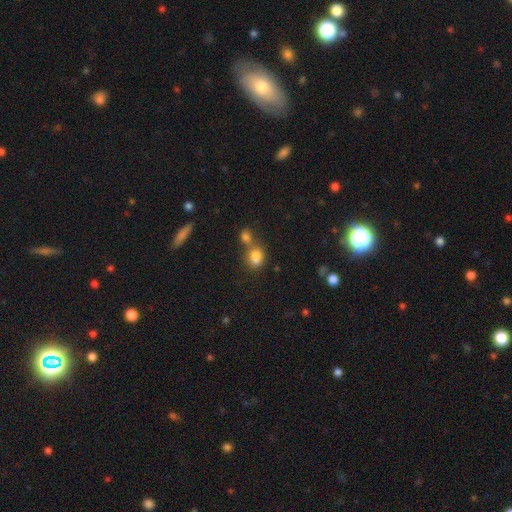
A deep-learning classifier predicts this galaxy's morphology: This appears to be a smooth galaxy with no disk features (81%) that is in between round and cigar-shaped (64%). Merging: merger (50%).